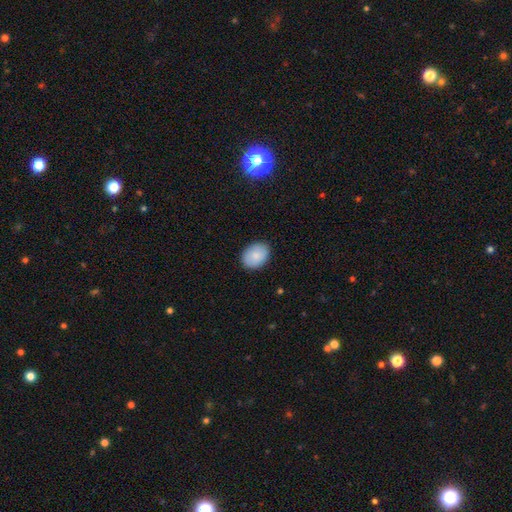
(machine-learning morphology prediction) Smooth or featured? smooth (87%)
How rounded? in between (70%)
Merging? none (89%)